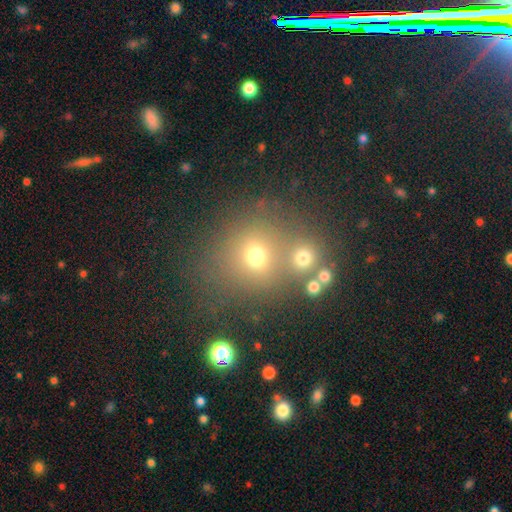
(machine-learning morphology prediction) Q: Smooth or featured?
A: smooth (64%); runner-up: star or artifact (23%)
Q: How rounded?
A: round (79%); runner-up: in between (20%)
Q: Merging?
A: none (60%); runner-up: merger (24%)